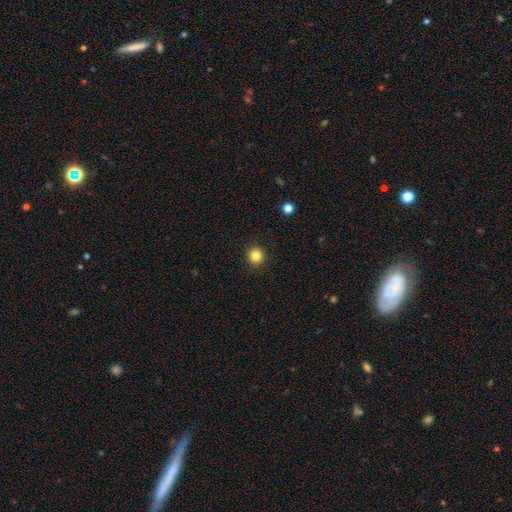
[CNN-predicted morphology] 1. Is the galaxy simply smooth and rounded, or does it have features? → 83% smooth, 12% star or artifact, 5% featured or disk.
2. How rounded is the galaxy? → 93% round, 6% in between, 1% cigar-shaped.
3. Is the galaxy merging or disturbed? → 92% none, 5% minor disturbance, 2% major disturbance, 1% merger.